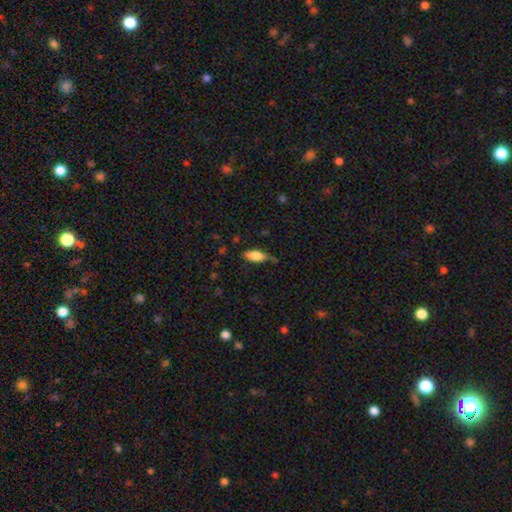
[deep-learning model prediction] smooth_or_featured: smooth (p=0.68) [alt: featured or disk p=0.25]
how_rounded: in between (p=0.71) [alt: cigar-shaped p=0.26]
merging: none (p=0.63) [alt: minor disturbance p=0.28]